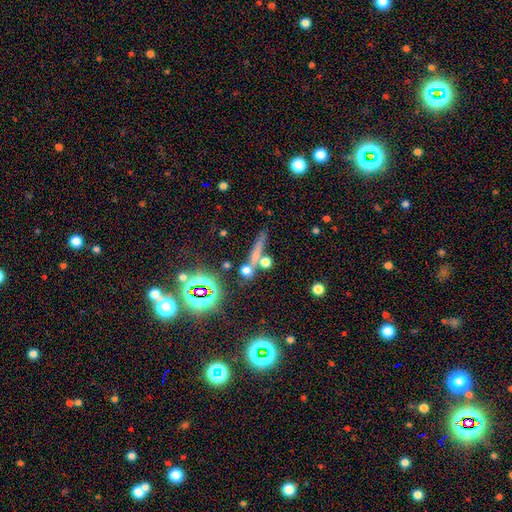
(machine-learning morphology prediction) Smooth or featured?
  - smooth: 41% *
  - star or artifact: 33%
  - featured or disk: 26%
Merging?
  - none: 68% *
  - merger: 17%
  - minor disturbance: 10%
  - major disturbance: 5%